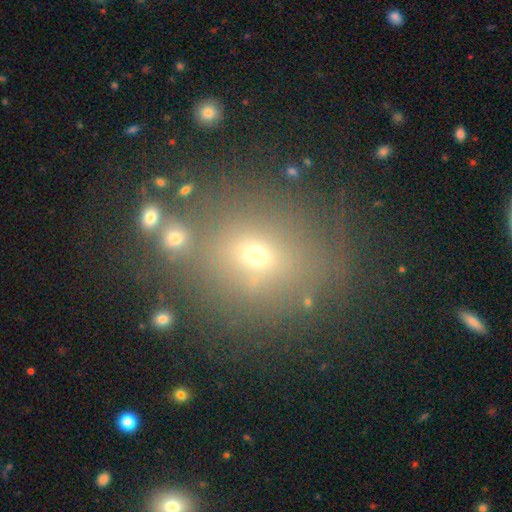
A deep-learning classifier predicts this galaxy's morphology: Smooth or featured? Predicted: smooth (p=0.56). How rounded? Predicted: round (p=0.75). Merging? Predicted: none (p=0.74).